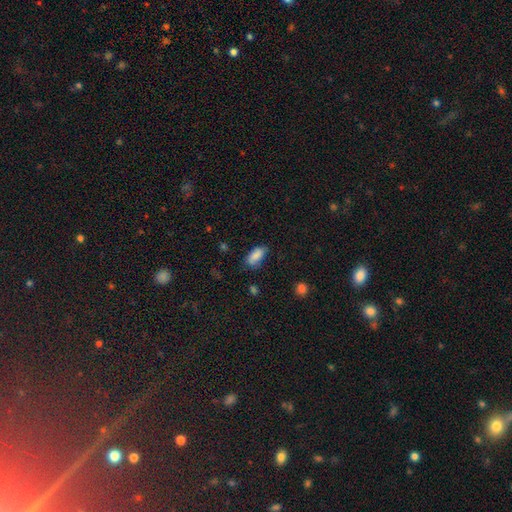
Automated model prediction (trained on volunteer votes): Smooth or featured? smooth (85%)
How rounded? in between (89%)
Merging? none (67%)